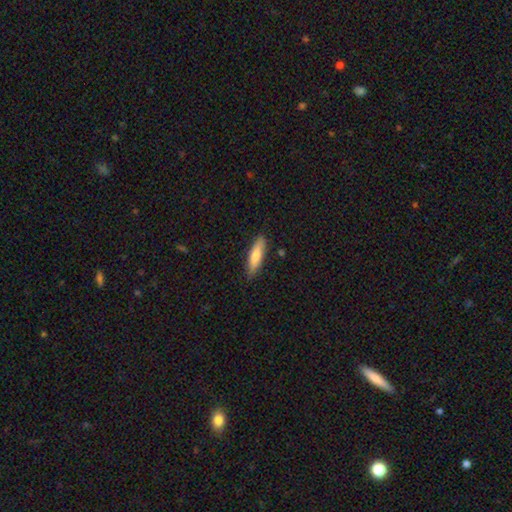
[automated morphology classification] The model was most divided on "how rounded": cigar-shaped: 66%, in between: 32%, round: 2%. More confident: merging — none (85%); smooth or featured — smooth (78%).